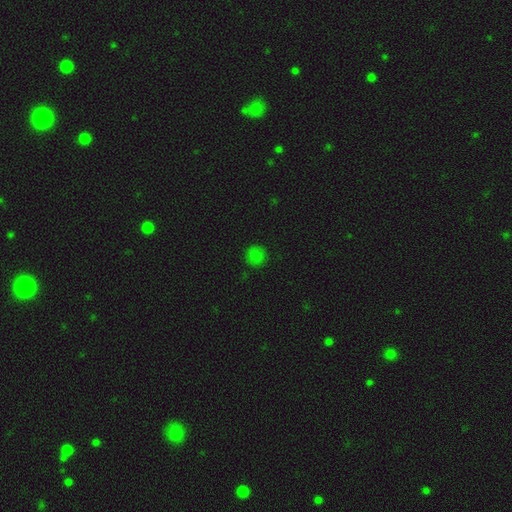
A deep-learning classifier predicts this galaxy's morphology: smooth_or_featured: smooth (p=0.79) [alt: star or artifact p=0.17]
how_rounded: round (p=0.93) [alt: in between p=0.06]
merging: none (p=0.88) [alt: minor disturbance p=0.09]